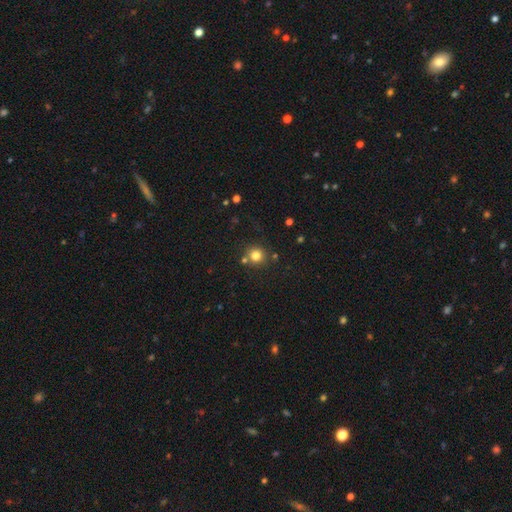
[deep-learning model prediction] smooth_or_featured: smooth (p=0.80) [alt: star or artifact p=0.13]
how_rounded: round (p=0.91) [alt: in between p=0.08]
merging: none (p=0.76) [alt: merger p=0.12]